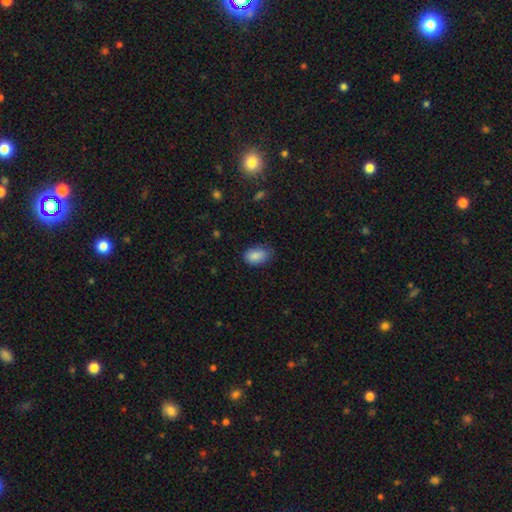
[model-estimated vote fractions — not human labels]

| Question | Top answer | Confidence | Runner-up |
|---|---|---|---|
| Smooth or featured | smooth | 86% | star or artifact (8%) |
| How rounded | in between | 91% | round (8%) |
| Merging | none | 67% | minor disturbance (26%) |